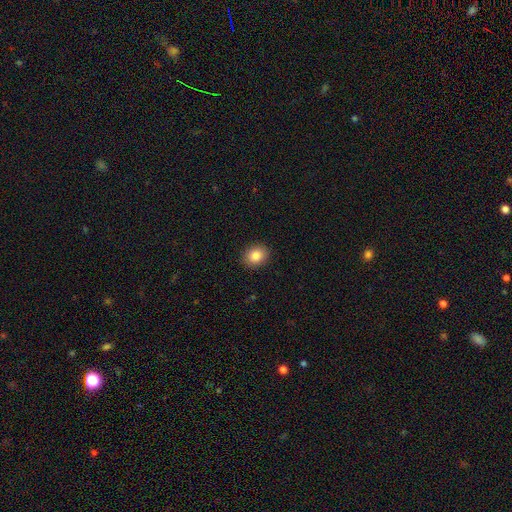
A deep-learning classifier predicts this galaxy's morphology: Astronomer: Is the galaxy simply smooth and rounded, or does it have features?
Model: smooth — 85%.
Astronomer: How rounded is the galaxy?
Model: round — 59% (runner-up: in between, 40%).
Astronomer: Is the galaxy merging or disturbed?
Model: none — 91%.